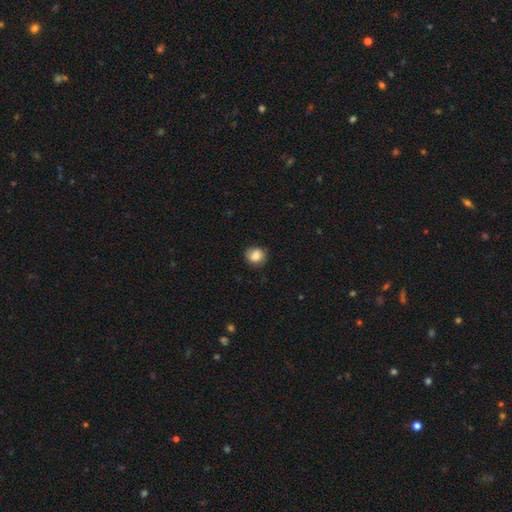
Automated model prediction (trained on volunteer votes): smooth 82%, star or artifact 9%, featured or disk 9%. Down the decision tree: how rounded — round (77%); merging — none (78%).